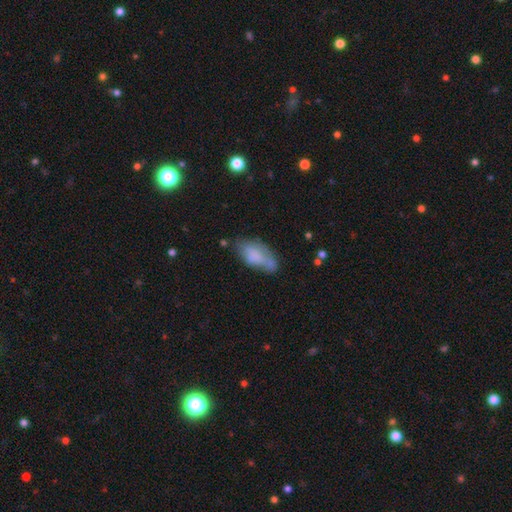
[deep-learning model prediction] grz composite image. It shows a smooth galaxy with no disk features (70%) that is in between round and cigar-shaped (87%). Merging: none (44%).